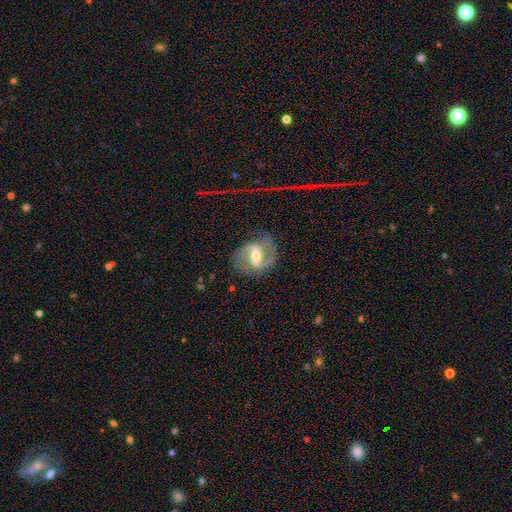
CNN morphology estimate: This appears to be a featured or disk galaxy (86%) with a weak bar (43%), 2 (91%) medium (51%) spiral arms (95%) and a moderate central bulge (51%). Merging: none (76%).